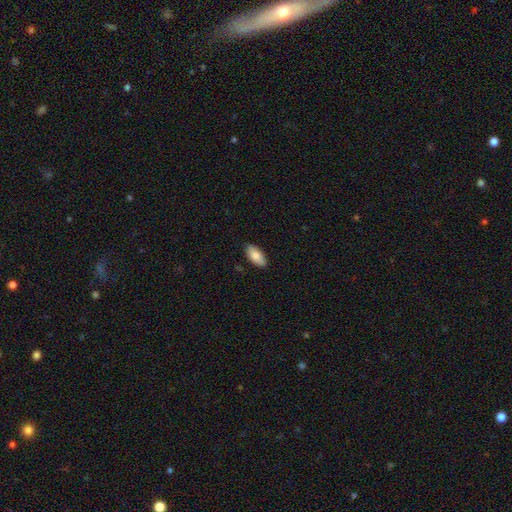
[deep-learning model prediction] smooth 84%, featured or disk 10%, star or artifact 6%. Down the decision tree: how rounded — in between (89%); merging — none (87%).